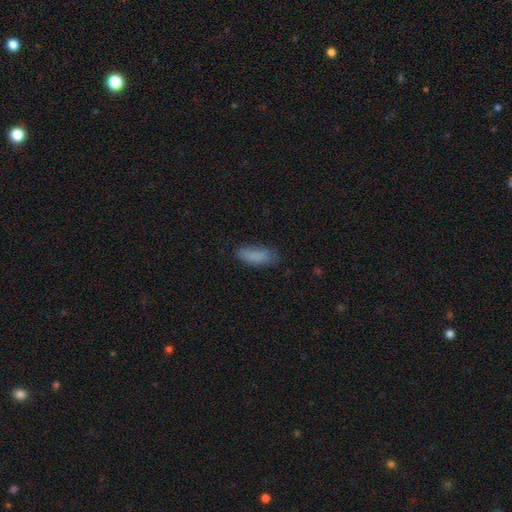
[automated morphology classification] smooth-or-featured: smooth: 82% | featured or disk: 10% | star or artifact: 9%
  how-rounded: in between: 67% | cigar-shaped: 30% | round: 2%
  merging: none: 61% | minor disturbance: 27% | major disturbance: 9% | merger: 2%